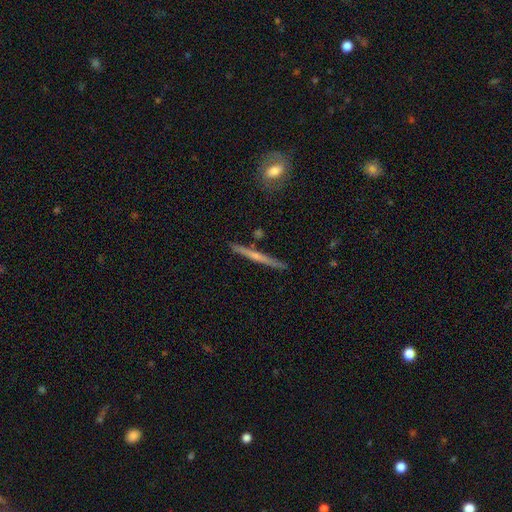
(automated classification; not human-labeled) Overall: featured or disk (65%; smooth 29%). Edge-on disk: yes (98%). Edge-on bulge: rounded (60%; none 34%). Merging: none (89%).